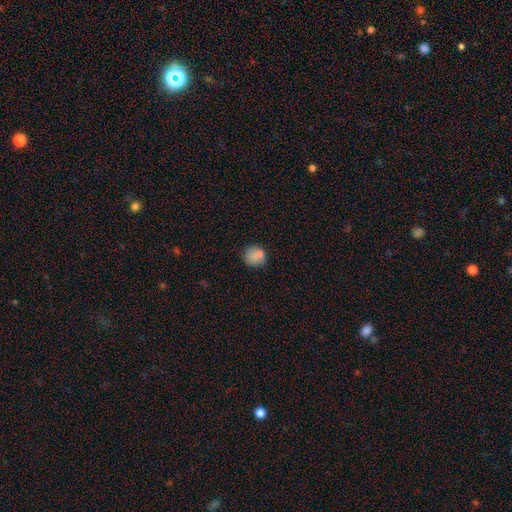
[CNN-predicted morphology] Smooth or featured: smooth — 79% (featured or disk — 10%)
How rounded: round — 84% (in between — 15%)
Merging: none — 68% (minor disturbance — 16%)